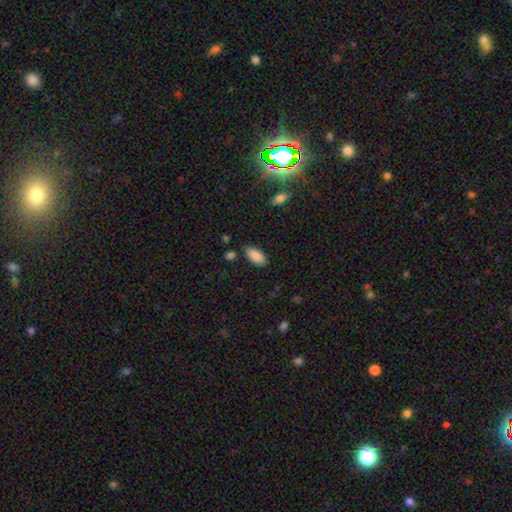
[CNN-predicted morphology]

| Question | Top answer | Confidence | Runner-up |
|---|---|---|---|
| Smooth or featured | smooth | 88% | star or artifact (7%) |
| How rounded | in between | 92% | cigar-shaped (6%) |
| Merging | none | 80% | minor disturbance (14%) |